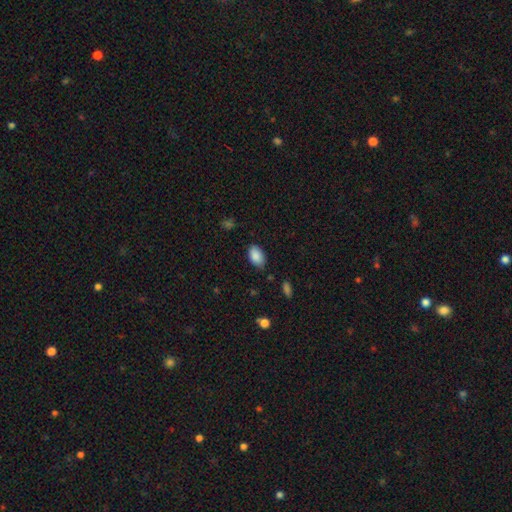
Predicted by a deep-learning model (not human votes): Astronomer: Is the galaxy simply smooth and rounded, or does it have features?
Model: smooth — 88%.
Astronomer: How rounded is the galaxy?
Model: in between — 93%.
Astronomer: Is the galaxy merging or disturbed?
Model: none — 79%.